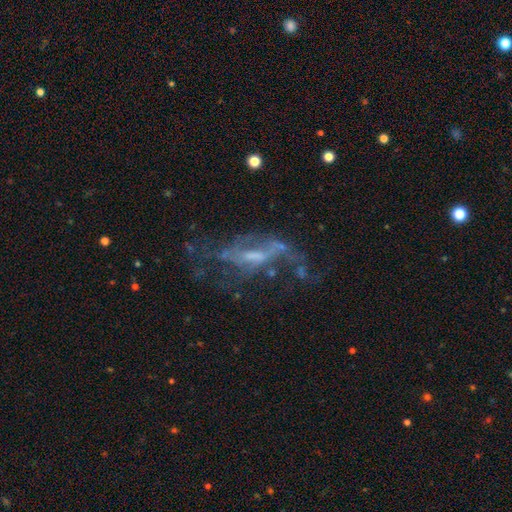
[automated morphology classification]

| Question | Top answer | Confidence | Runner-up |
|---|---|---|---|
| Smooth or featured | featured or disk | 69% | smooth (16%) |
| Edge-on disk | no | 85% | yes (15%) |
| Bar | no | 43% | weak (38%) |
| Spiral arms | yes | 51% | no (49%) |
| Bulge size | small | 41% | moderate (28%) |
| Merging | major disturbance | 38% | tied: none (38%) |